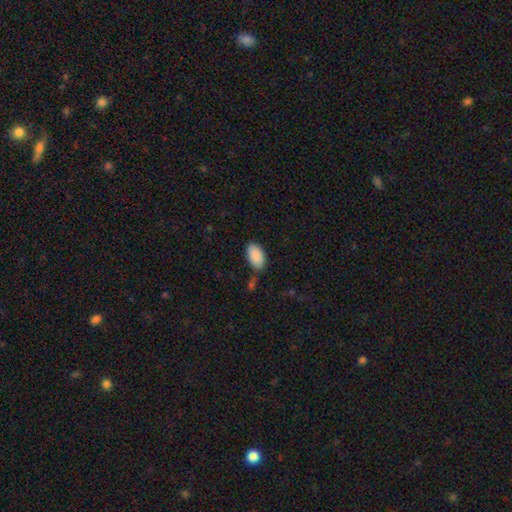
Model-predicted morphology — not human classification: smooth-or-featured: smooth: 89% | star or artifact: 6% | featured or disk: 4%
  how-rounded: in between: 95% | round: 3% | cigar-shaped: 2%
  merging: none: 72% | minor disturbance: 19% | merger: 6% | major disturbance: 4%